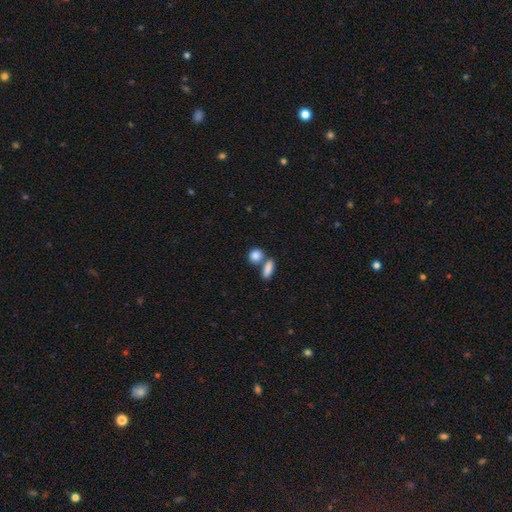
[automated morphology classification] Overall: smooth (87%). How rounded: round (52%; in between 43%). Merging: none (52%; merger 36%).